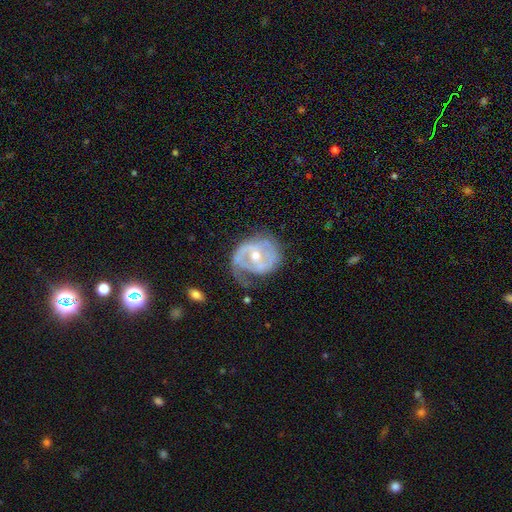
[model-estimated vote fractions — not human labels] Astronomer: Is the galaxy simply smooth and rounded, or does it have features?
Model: featured or disk — 84%.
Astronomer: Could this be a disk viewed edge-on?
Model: no — 97%.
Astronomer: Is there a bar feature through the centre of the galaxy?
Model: weak — 43% (runner-up: no, 34%).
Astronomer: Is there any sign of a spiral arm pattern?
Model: yes — 87%.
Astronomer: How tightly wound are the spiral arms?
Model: medium — 41% (runner-up: tight, 40%).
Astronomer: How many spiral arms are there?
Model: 2 — 61%.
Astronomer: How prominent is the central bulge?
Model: moderate — 60% (runner-up: small, 36%).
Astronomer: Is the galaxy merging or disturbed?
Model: none — 52%.